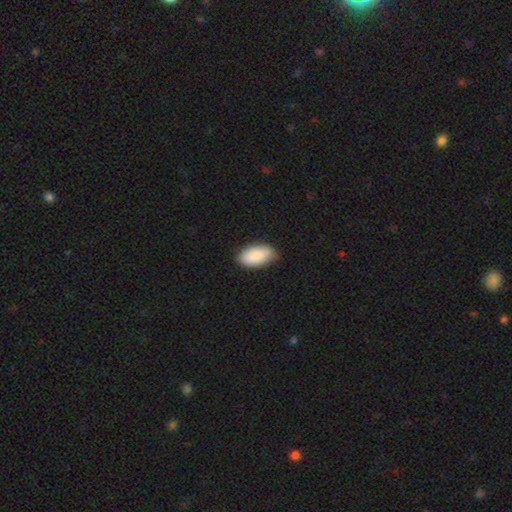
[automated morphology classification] smooth-or-featured: smooth: 88% | featured or disk: 6% | star or artifact: 6%
  how-rounded: in between: 94% | cigar-shaped: 3% | round: 2%
  merging: none: 78% | minor disturbance: 18% | major disturbance: 3% | merger: 1%